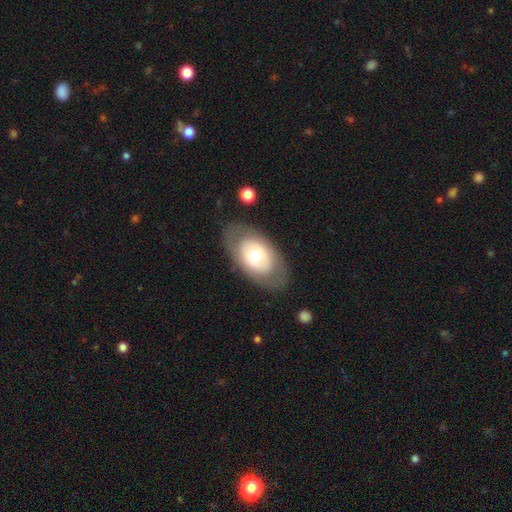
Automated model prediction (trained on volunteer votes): Smooth or featured: smooth — 53% (featured or disk — 40%)
How rounded: in between — 88% (round — 11%)
Merging: none — 80% (minor disturbance — 12%)